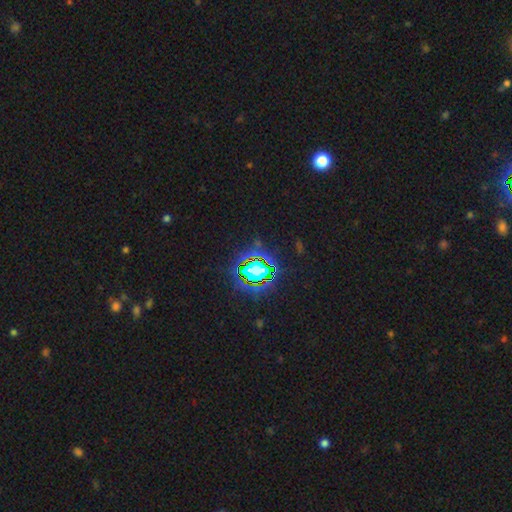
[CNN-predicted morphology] Overall: star or artifact (83%).